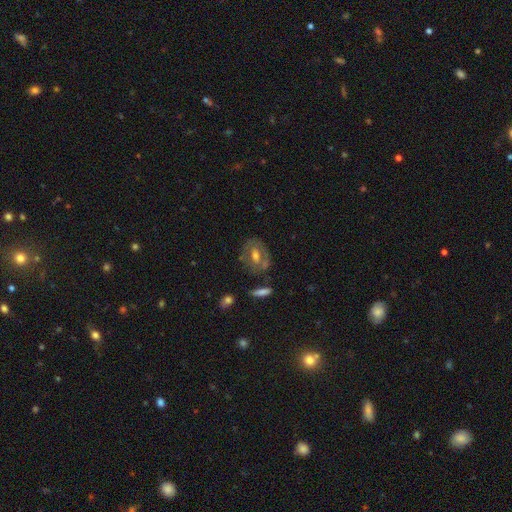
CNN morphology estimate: This appears to be a featured or disk galaxy (51%). Merging: none (64%).